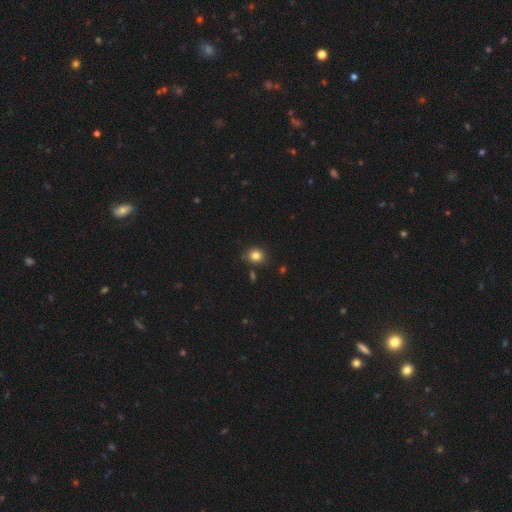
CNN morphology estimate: smooth-or-featured: smooth: 82% | star or artifact: 12% | featured or disk: 5%
  how-rounded: round: 78% | in between: 21% | cigar-shaped: 1%
  merging: none: 80% | minor disturbance: 13% | merger: 4% | major disturbance: 3%